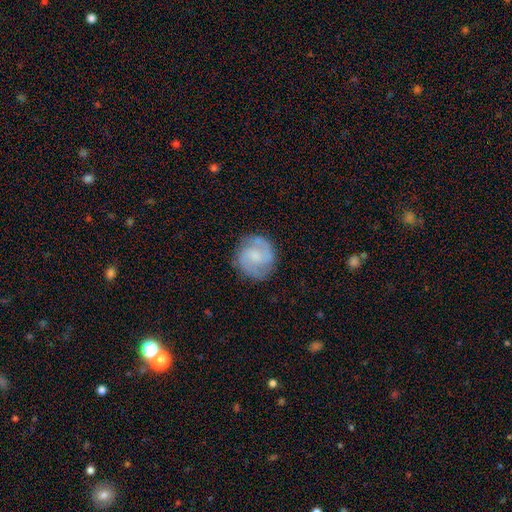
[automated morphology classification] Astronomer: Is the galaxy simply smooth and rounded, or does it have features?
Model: featured or disk — 68%.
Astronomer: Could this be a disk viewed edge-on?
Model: no — 98%.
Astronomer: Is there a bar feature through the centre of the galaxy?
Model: weak — 47% (runner-up: no, 43%).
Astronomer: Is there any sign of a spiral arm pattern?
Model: yes — 93%.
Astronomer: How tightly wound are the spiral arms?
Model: medium — 50% (runner-up: tight, 32%).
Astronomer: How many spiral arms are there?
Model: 2 — 82%.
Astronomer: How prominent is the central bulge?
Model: small — 42% (runner-up: moderate, 29%).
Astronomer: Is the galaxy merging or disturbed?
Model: none — 81%.